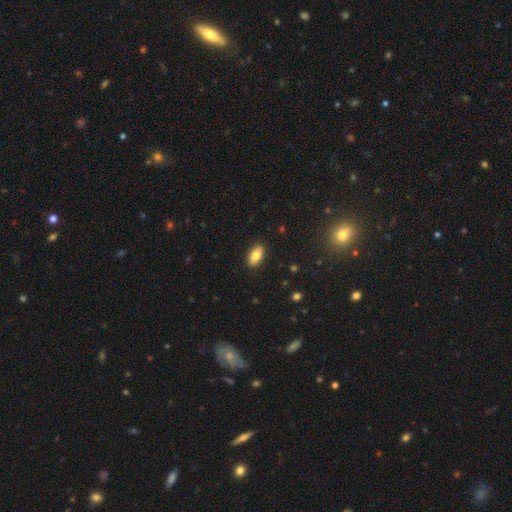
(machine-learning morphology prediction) Smooth or featured: smooth — 82% (featured or disk — 10%)
How rounded: in between — 92% (cigar-shaped — 5%)
Merging: none — 89% (minor disturbance — 8%)